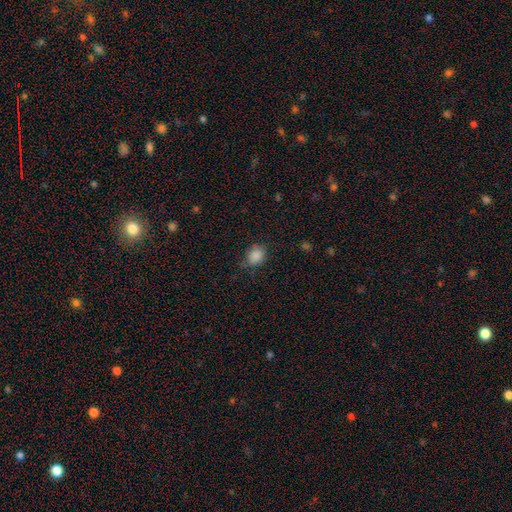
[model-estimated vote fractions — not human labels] Q: Smooth or featured?
A: smooth (86%); runner-up: star or artifact (10%)
Q: How rounded?
A: round (55%); runner-up: in between (44%)
Q: Merging?
A: none (73%); runner-up: minor disturbance (20%)